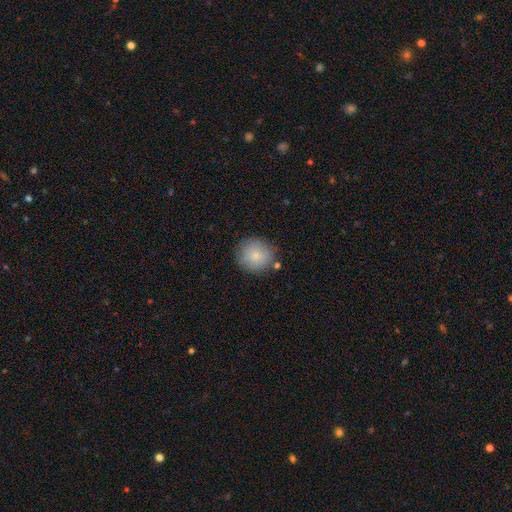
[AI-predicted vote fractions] This is clearly a smooth galaxy (83%). How rounded: clearly round (89%). Merging: clearly none (80%).